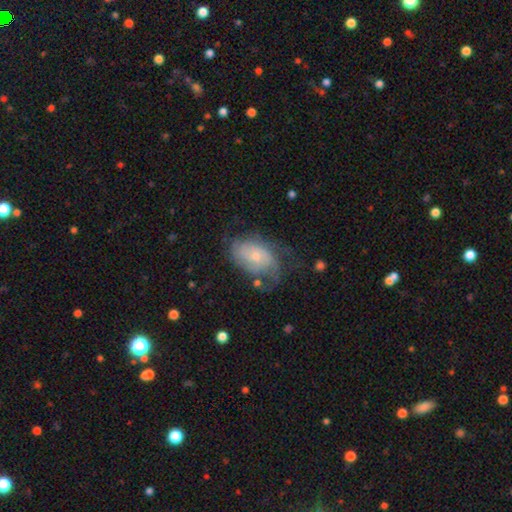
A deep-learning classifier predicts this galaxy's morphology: smooth-or-featured: featured or disk: 65% | smooth: 28% | star or artifact: 7%
  disk-edge-on: no: 96% | yes: 4%
    bar: no: 76% | weak: 21% | strong: 3%
    has-spiral-arms: yes: 83% | no: 17%
      spiral-winding: tight: 47% | medium: 35% | loose: 18%
      spiral-arm-count: can't tell: 45% | 2: 27% | 3: 12% | 1: 8% | 4: 5% | more than 4: 3%
    bulge-size: small: 67% | moderate: 27% | none: 3% | large: 2% | dominant: 1%
  merging: none: 47% | minor disturbance: 28% | major disturbance: 23% | merger: 3%